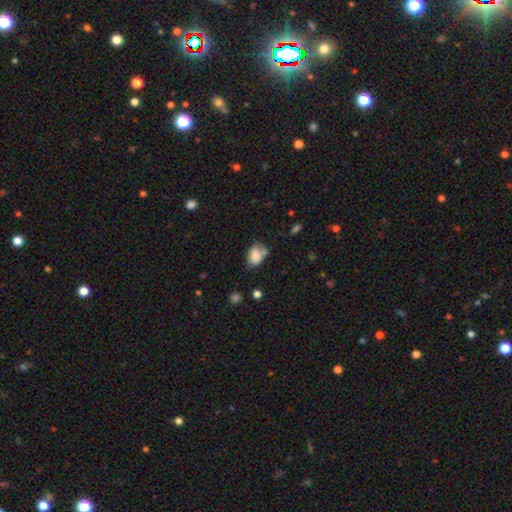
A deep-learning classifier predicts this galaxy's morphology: smooth-or-featured: smooth: 81% | featured or disk: 11% | star or artifact: 9%
  how-rounded: in between: 78% | round: 20% | cigar-shaped: 1%
  merging: none: 48% | minor disturbance: 25% | merger: 19% | major disturbance: 8%